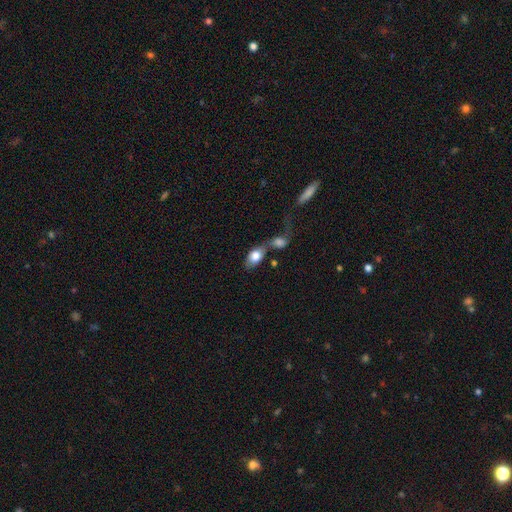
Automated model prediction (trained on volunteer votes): Smooth or featured? smooth (77%)
How rounded? in between (86%)
Merging? merger (62%)